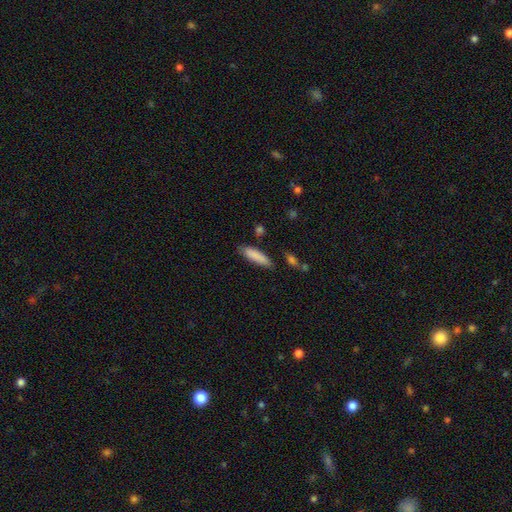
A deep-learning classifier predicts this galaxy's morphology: Overall: smooth (85%). How rounded: cigar-shaped (65%; in between 34%). Merging: none (76%).